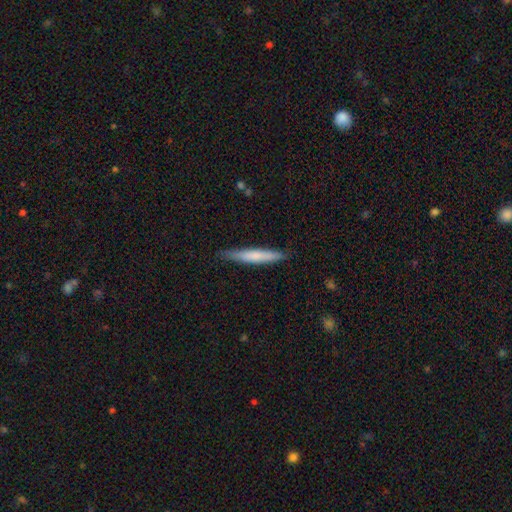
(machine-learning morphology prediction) This appears to be a smooth galaxy with no disk features (68%) that is cigar-shaped (94%). Merging: none (86%).